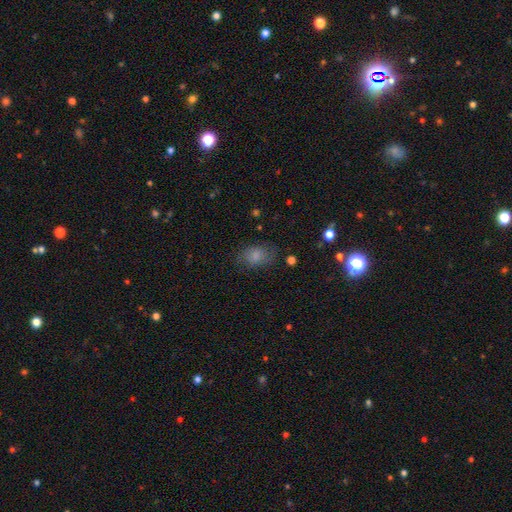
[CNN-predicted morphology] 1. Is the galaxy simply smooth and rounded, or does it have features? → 78% smooth, 12% featured or disk, 11% star or artifact.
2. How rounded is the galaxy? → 79% in between, 20% round, 1% cigar-shaped.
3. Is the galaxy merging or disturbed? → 71% none, 19% minor disturbance, 8% major disturbance, 2% merger.